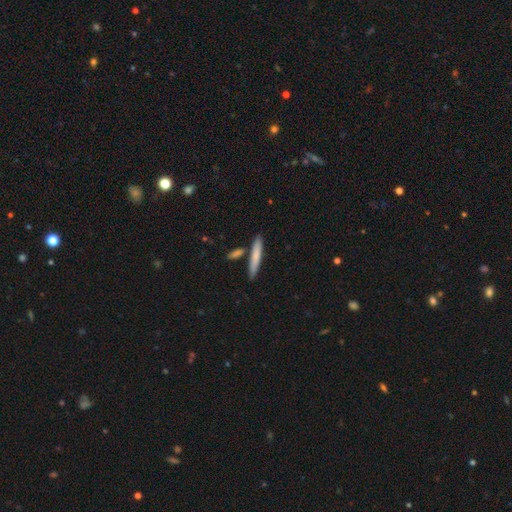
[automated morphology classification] smooth_or_featured: smooth (p=0.75) [alt: featured or disk p=0.20]
how_rounded: cigar-shaped (p=0.93) [alt: in between p=0.05]
merging: none (p=0.82) [alt: minor disturbance p=0.09]